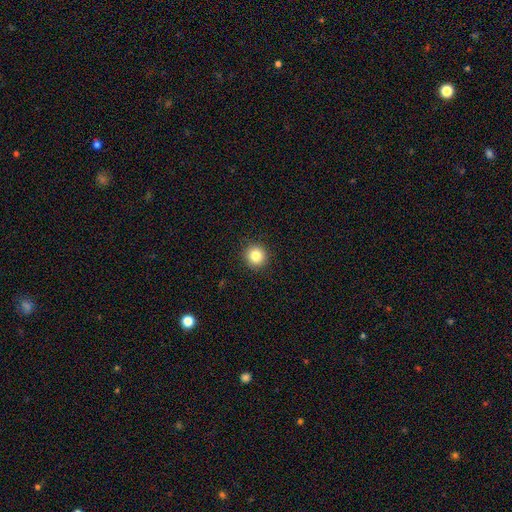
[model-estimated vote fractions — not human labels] smooth 83%, star or artifact 11%, featured or disk 6%. Down the decision tree: how rounded — round (94%); merging — none (92%).